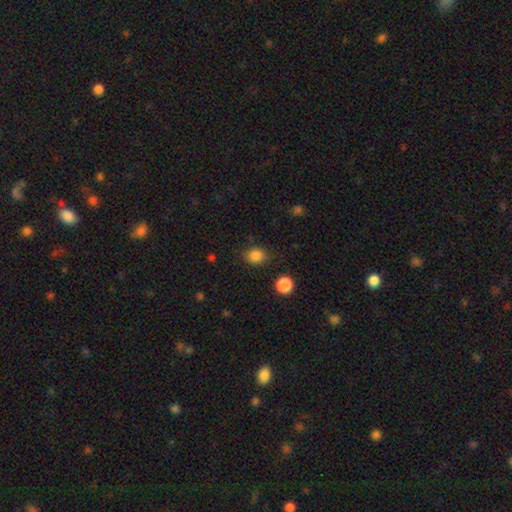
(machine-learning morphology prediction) Smooth or featured? smooth (84%)
How rounded? round (61%)
Merging? none (81%)